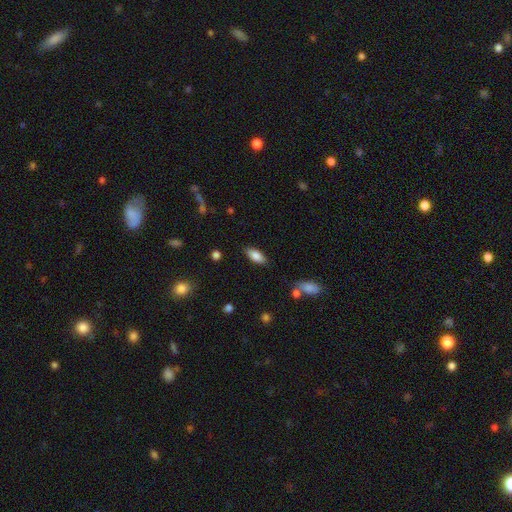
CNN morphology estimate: type=smooth (82%); roundness=in between (84%); merging=none (84%).